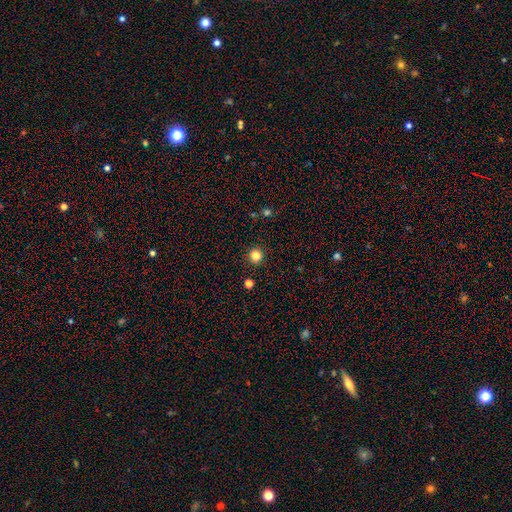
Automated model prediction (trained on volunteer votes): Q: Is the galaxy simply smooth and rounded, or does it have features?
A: smooth — 82%.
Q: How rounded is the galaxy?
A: round — 95%.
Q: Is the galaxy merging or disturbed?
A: none — 93%.